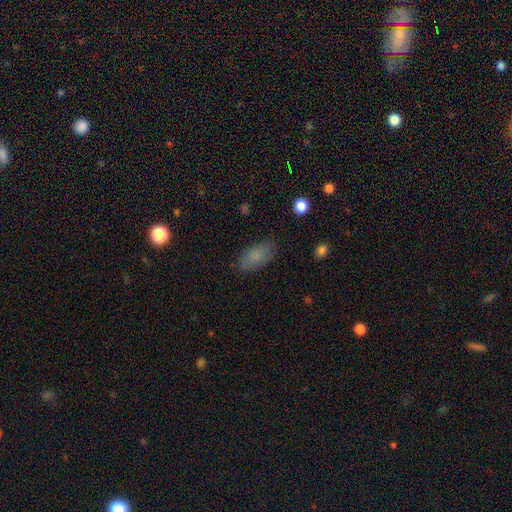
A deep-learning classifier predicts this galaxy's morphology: This is clearly a smooth galaxy (82%). How rounded: clearly in between (89%). Merging: likely none (80%).